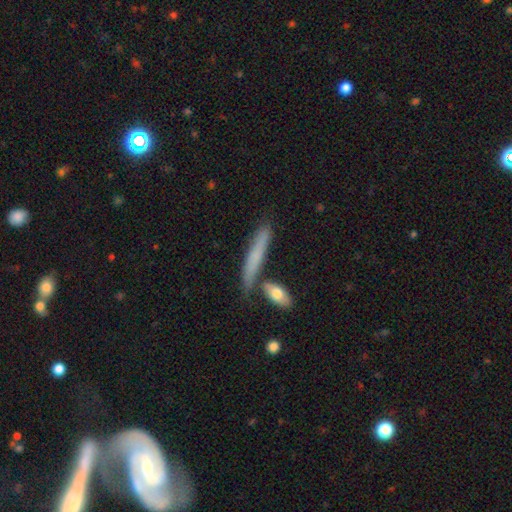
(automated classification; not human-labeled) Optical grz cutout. It shows a smooth galaxy with no disk features (61%) that is cigar-shaped (91%). Merging: none (71%).